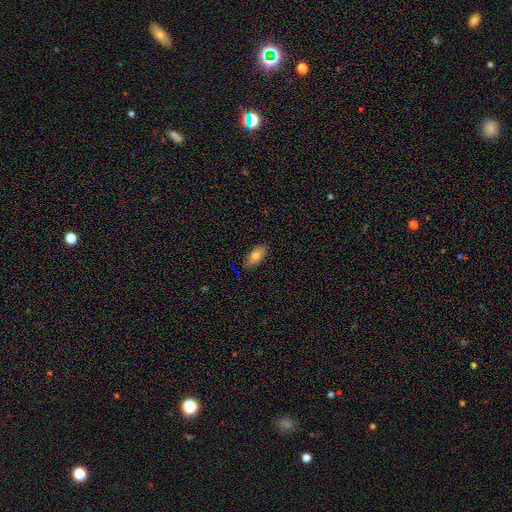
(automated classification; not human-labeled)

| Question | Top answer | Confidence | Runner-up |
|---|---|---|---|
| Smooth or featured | smooth | 78% | featured or disk (14%) |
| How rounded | in between | 91% | cigar-shaped (5%) |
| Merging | none | 78% | minor disturbance (17%) |